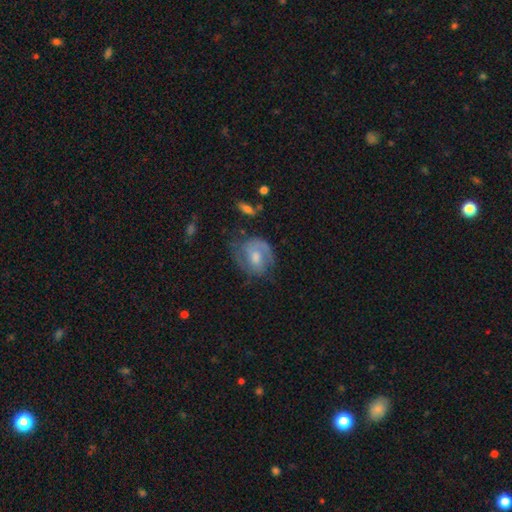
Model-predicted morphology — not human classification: This appears to be a featured or disk galaxy (69%) with no bar (47%), 2 (61%) medium (43%) spiral arms (87%) and a moderate central bulge (57%). Merging: none (58%).